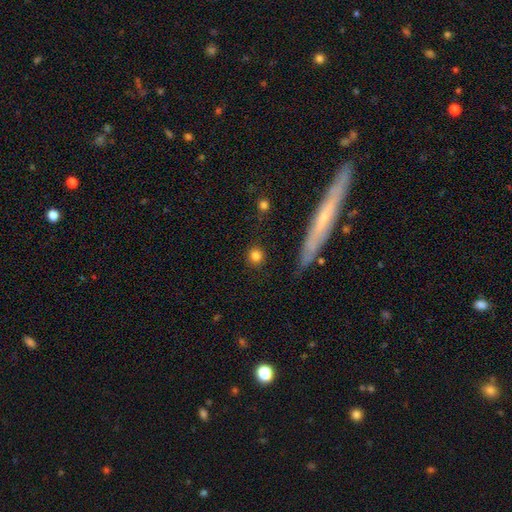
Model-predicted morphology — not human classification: smooth_or_featured: smooth (p=0.83) [alt: star or artifact p=0.10]
how_rounded: round (p=0.91) [alt: in between p=0.07]
merging: none (p=0.89) [alt: minor disturbance p=0.06]